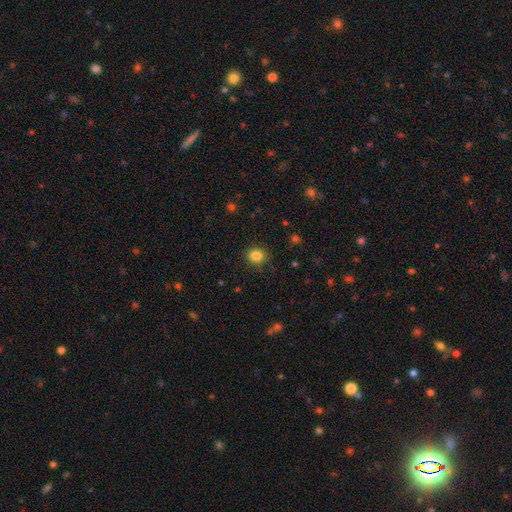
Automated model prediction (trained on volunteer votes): Overall: smooth (84%). How rounded: round (78%). Merging: none (87%).